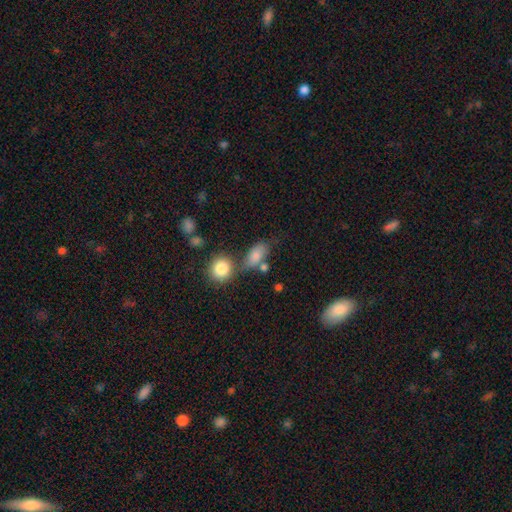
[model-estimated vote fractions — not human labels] This appears to be a smooth galaxy with no disk features (82%) that is in between round and cigar-shaped (82%). Merging: none (52%).